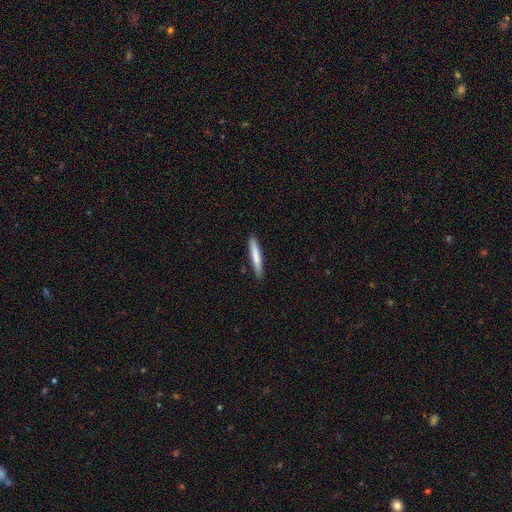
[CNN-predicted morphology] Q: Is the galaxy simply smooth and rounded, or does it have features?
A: smooth — 78%.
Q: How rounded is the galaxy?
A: cigar-shaped — 93%.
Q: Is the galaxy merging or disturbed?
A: none — 88%.